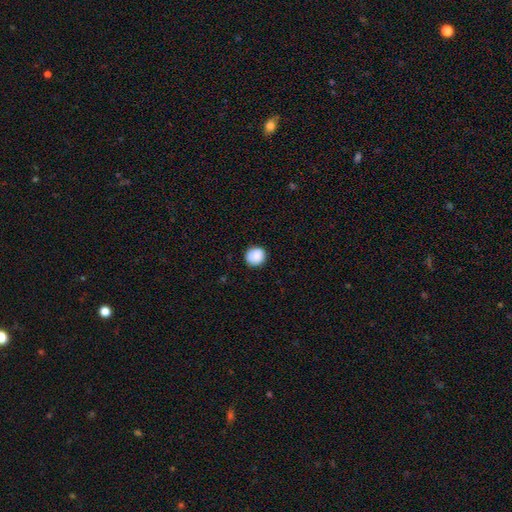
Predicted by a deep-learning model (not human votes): A smooth galaxy with no disk features (88%) that is round (90%). Merging: none (86%).